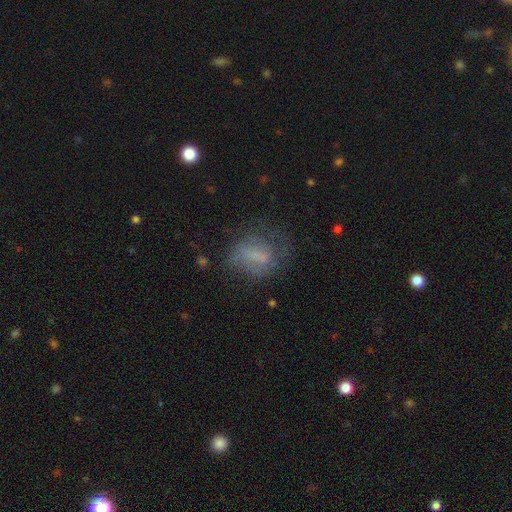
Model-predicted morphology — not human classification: Smooth or featured? Predicted: smooth (p=0.54). How rounded? Predicted: in between (p=0.65). Merging? Predicted: none (p=0.48).